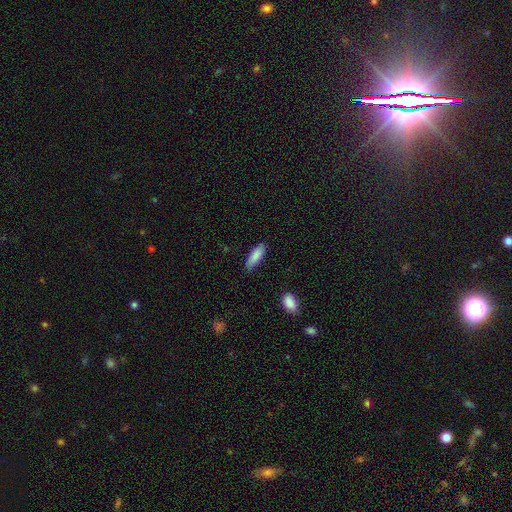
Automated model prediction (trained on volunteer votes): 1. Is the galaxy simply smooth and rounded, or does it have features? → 86% smooth, 8% featured or disk, 6% star or artifact.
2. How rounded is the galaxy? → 62% in between, 37% cigar-shaped, 2% round.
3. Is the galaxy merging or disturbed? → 82% none, 14% minor disturbance, 2% major disturbance, 2% merger.